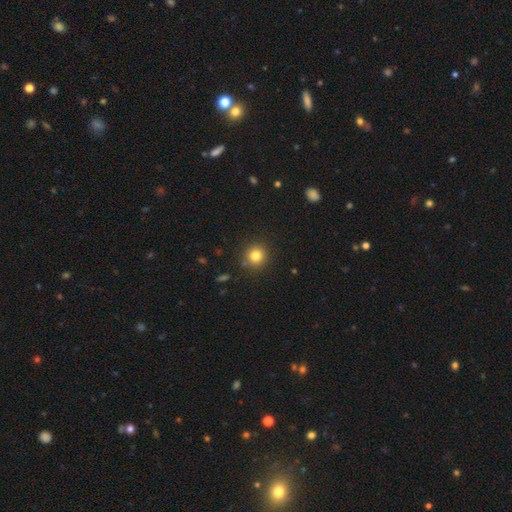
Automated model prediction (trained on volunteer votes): Morphology: type=smooth (81%); roundness=round (92%); merging=none (87%).